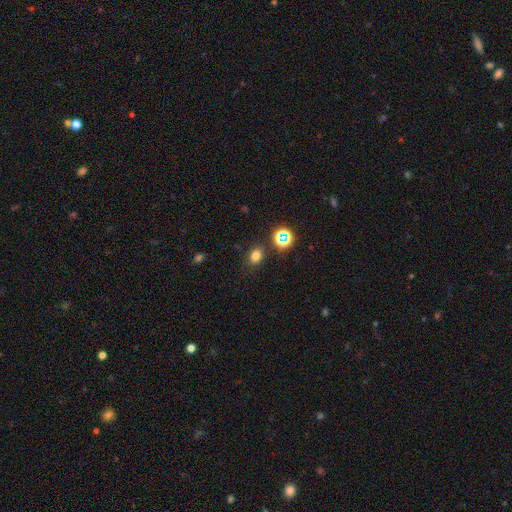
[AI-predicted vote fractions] A smooth galaxy with no disk features (75%) that is in between round and cigar-shaped (57%).

Vote fractions:
- Smooth or featured? smooth: 75% / star or artifact: 18% / featured or disk: 7%
- How rounded? in between: 57% / round: 42% / cigar-shaped: 1%
- Merging? none: 80% / minor disturbance: 12% / major disturbance: 4% / merger: 4%